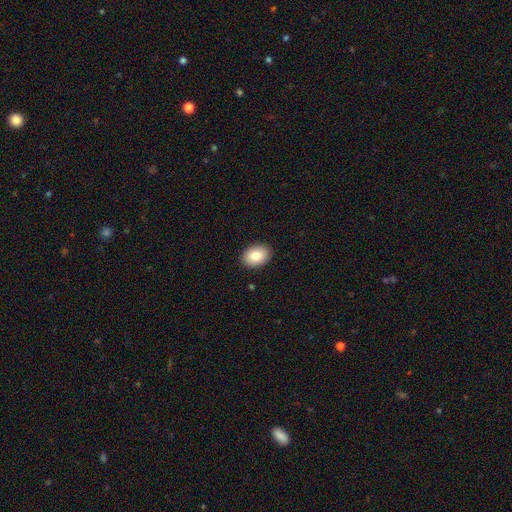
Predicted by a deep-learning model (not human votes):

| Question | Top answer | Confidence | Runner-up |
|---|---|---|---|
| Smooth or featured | smooth | 85% | featured or disk (7%) |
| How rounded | in between | 80% | round (19%) |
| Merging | none | 90% | minor disturbance (7%) |